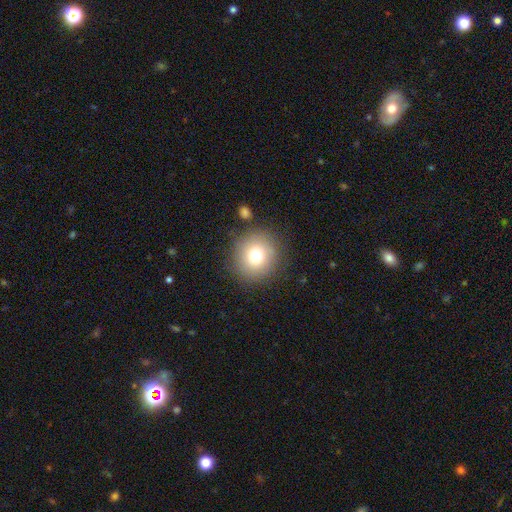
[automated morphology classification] Smooth or featured?
  - smooth: 75% *
  - star or artifact: 12%
  - featured or disk: 12%
How rounded?
  - round: 92% *
  - in between: 7%
  - cigar-shaped: 1%
Merging?
  - none: 85% *
  - minor disturbance: 8%
  - major disturbance: 3%
  - merger: 3%